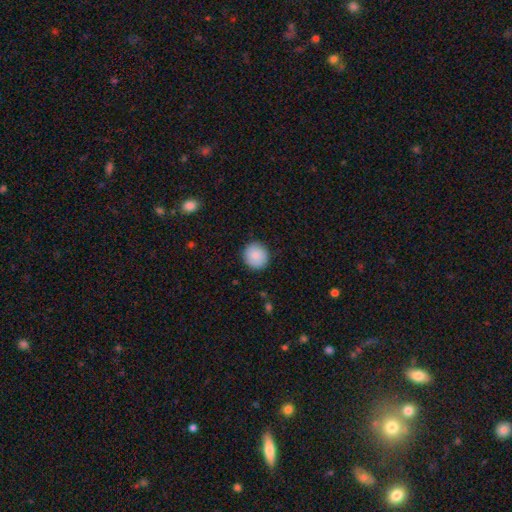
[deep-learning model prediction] smooth-or-featured: smooth: 88% | star or artifact: 7% | featured or disk: 5%
  how-rounded: round: 92% | in between: 7% | cigar-shaped: 1%
  merging: none: 90% | minor disturbance: 8% | major disturbance: 2% | merger: 1%